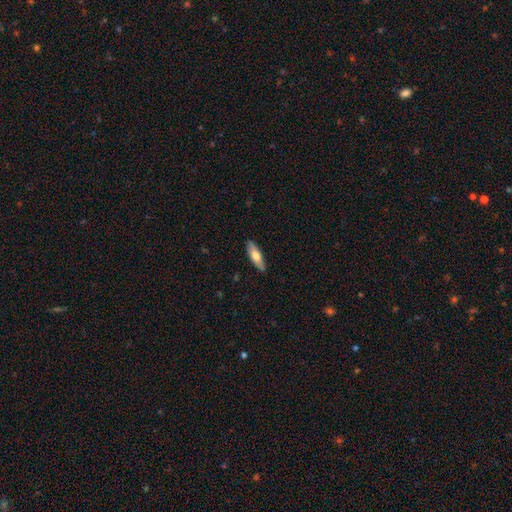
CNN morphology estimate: smooth-or-featured: smooth: 66% | featured or disk: 29% | star or artifact: 6%
  how-rounded: cigar-shaped: 49% (tied) | in between: 49% (tied) | round: 2%
  merging: none: 87% | minor disturbance: 10% | major disturbance: 2% | merger: 1%